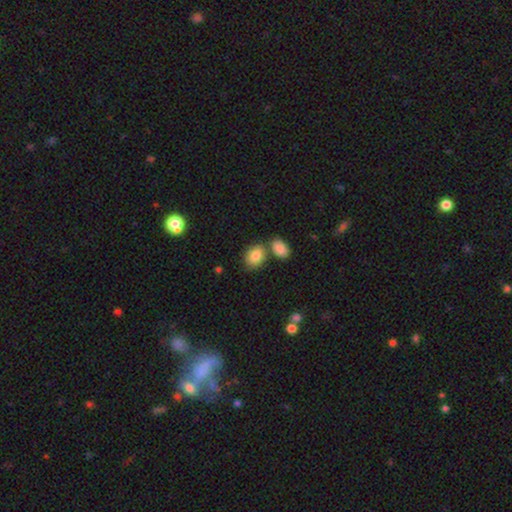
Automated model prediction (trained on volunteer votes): Overall: smooth (85%). How rounded: in between (77%). Merging: none (62%; merger 23%).